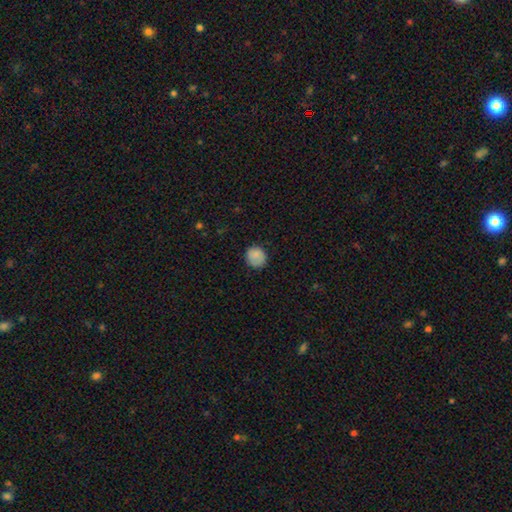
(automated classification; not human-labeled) Morphology: type=smooth (86%); roundness=round (86%); merging=none (82%).